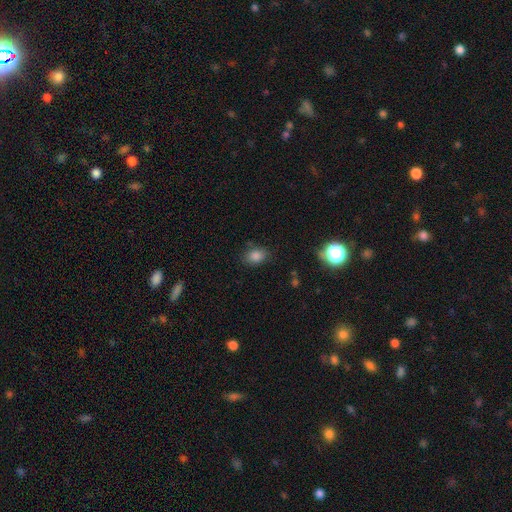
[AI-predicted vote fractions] Overall: smooth (81%). How rounded: in between (75%). Merging: none (79%).